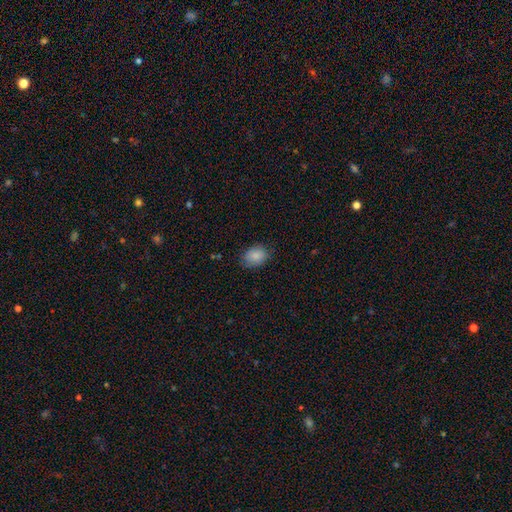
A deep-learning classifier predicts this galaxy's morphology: This is clearly a smooth galaxy (87%). How rounded: likely in between (68%). Merging: likely none (78%).